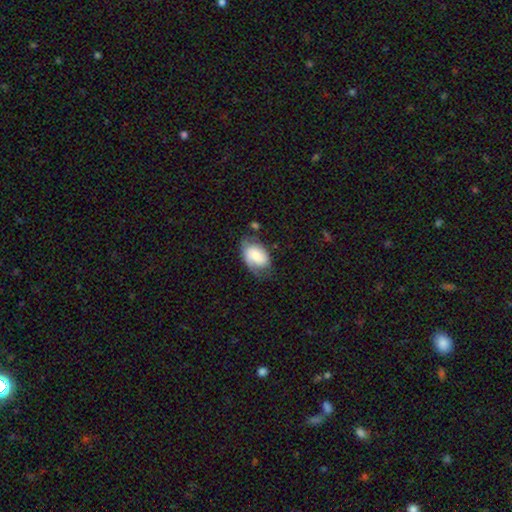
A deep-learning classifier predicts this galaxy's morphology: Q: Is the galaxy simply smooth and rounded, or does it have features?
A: smooth — 54%.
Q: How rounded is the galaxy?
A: in between — 86%.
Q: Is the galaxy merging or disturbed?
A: none — 50%.